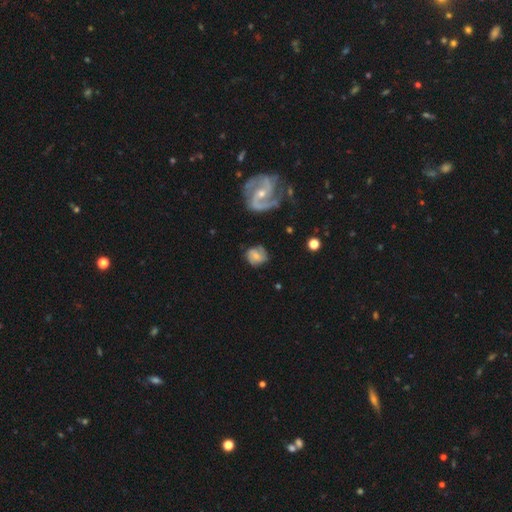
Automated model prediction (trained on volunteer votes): smooth_or_featured: featured or disk (p=0.50) [alt: smooth p=0.41]
merging: none (p=0.66) [alt: minor disturbance p=0.21]